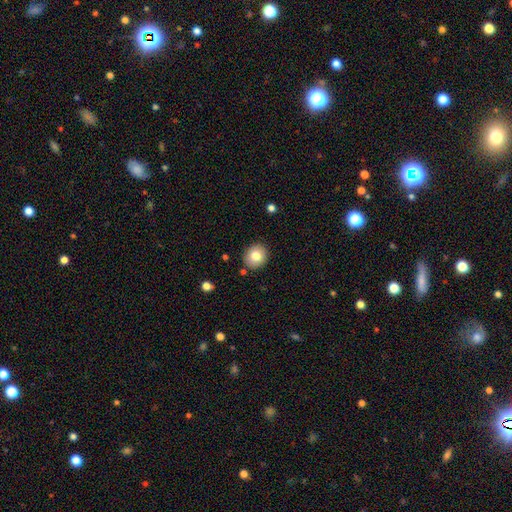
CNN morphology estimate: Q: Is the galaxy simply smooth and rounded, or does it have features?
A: smooth — 81%.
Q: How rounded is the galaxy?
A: round — 81%.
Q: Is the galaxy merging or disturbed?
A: none — 88%.